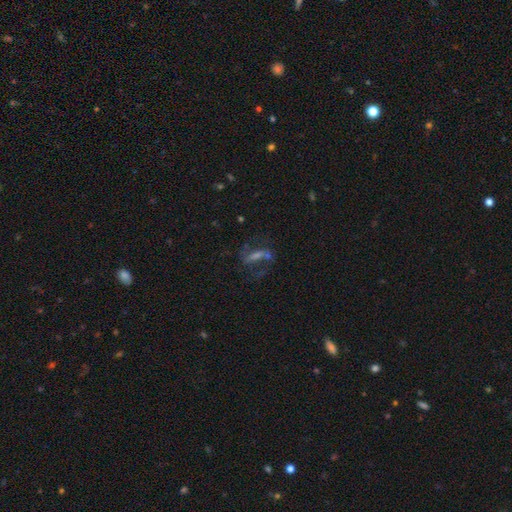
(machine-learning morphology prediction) type=featured or disk (59%); edge-on=no (84%); merging=none (58%).